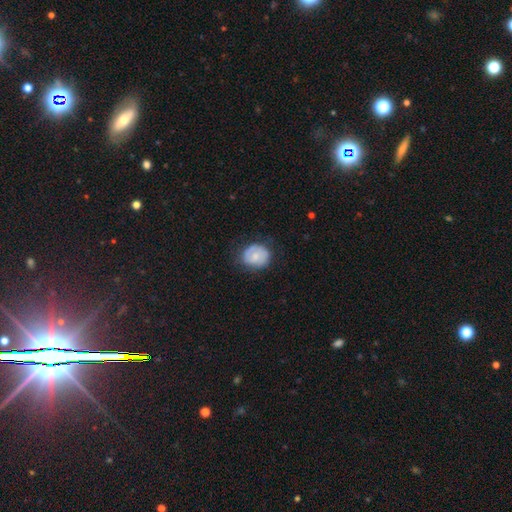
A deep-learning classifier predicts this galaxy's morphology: A smooth galaxy with no disk features (55%) that is round (62%).

Vote fractions:
- Smooth or featured? smooth: 55% / featured or disk: 38% / star or artifact: 7%
- How rounded? round: 62% / in between: 38% / cigar-shaped: 1%
- Merging? none: 68% / minor disturbance: 23% / major disturbance: 7% / merger: 1%